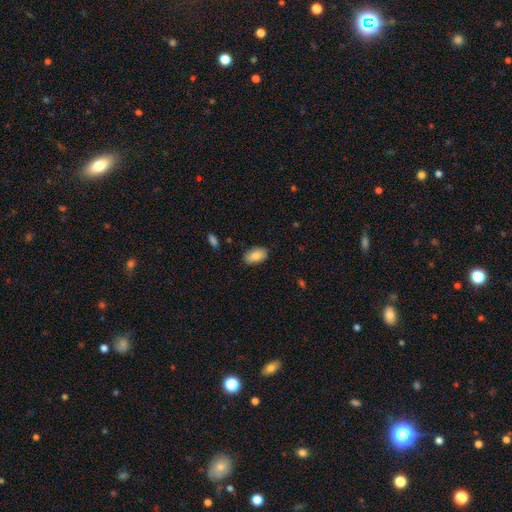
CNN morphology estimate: Q: Smooth or featured?
A: smooth (84%); runner-up: featured or disk (10%)
Q: How rounded?
A: in between (93%); runner-up: round (5%)
Q: Merging?
A: none (84%); runner-up: minor disturbance (13%)